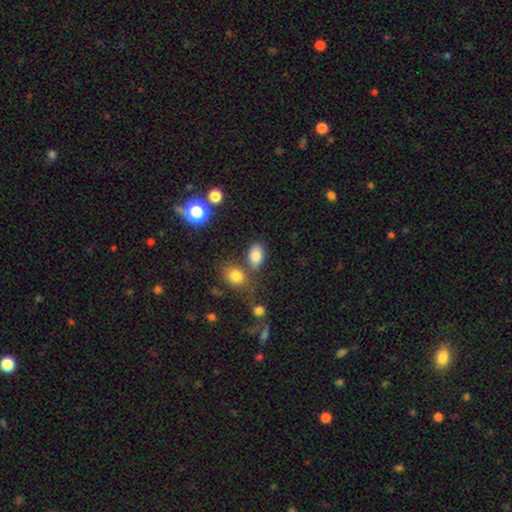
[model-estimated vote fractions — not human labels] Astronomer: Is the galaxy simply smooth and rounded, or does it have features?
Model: smooth — 82%.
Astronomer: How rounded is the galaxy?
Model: in between — 87%.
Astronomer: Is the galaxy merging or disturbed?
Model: none — 66%.